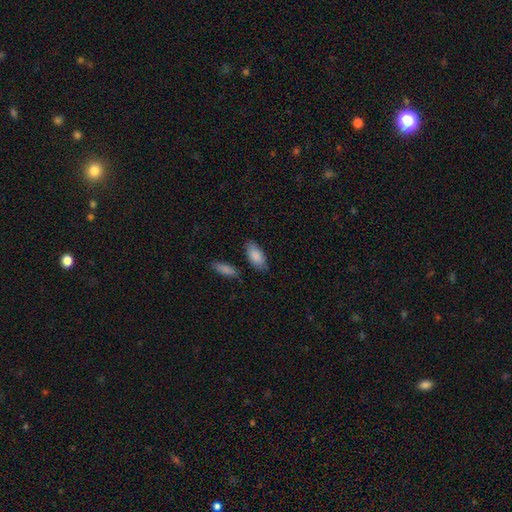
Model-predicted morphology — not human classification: smooth 87%, featured or disk 8%, star or artifact 6%. Down the decision tree: how rounded — in between (91%); merging — none (79%).